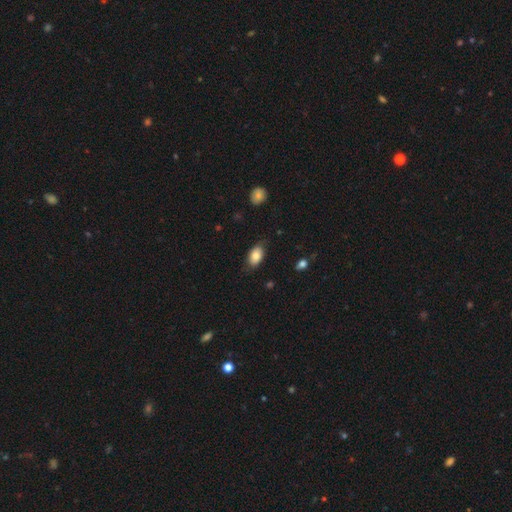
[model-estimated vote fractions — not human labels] Smooth or featured?
  - smooth: 80% *
  - featured or disk: 12%
  - star or artifact: 7%
How rounded?
  - in between: 91% *
  - round: 7%
  - cigar-shaped: 2%
Merging?
  - none: 75% *
  - minor disturbance: 20%
  - major disturbance: 4%
  - merger: 1%